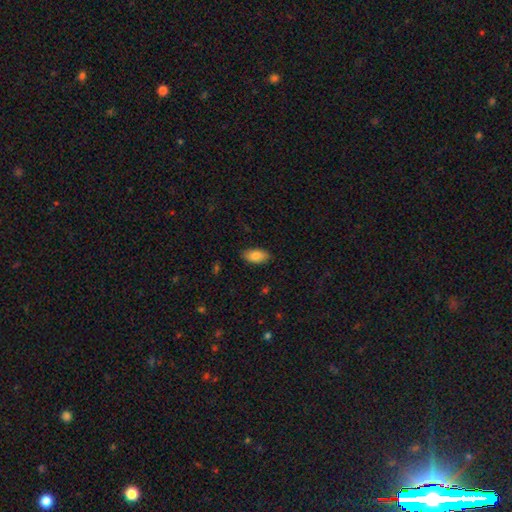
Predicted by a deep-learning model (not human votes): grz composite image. It shows a smooth galaxy with no disk features (86%) that is in between round and cigar-shaped (93%). Merging: none (87%).